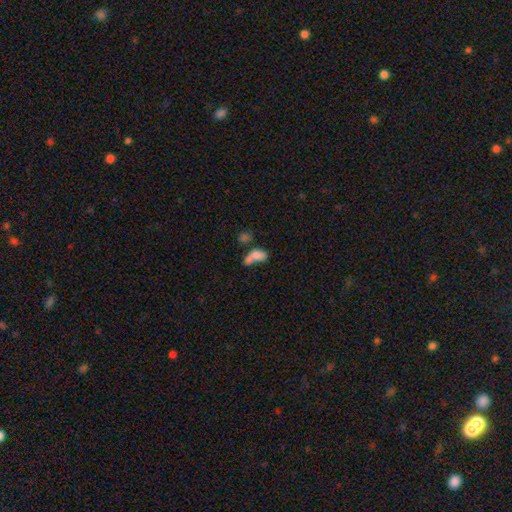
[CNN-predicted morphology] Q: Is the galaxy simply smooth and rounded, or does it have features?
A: smooth — 69%.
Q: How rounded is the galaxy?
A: in between — 80%.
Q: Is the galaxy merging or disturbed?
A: merger — 56%.